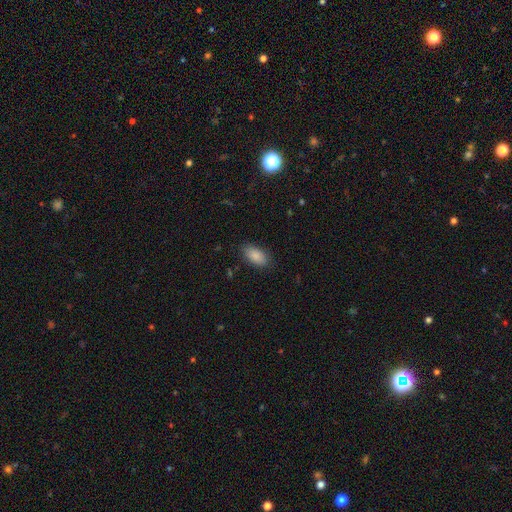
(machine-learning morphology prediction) smooth-or-featured: smooth: 87% | star or artifact: 7% | featured or disk: 6%
  how-rounded: in between: 93% | cigar-shaped: 4% | round: 3%
  merging: none: 84% | minor disturbance: 12% | major disturbance: 3% | merger: 1%